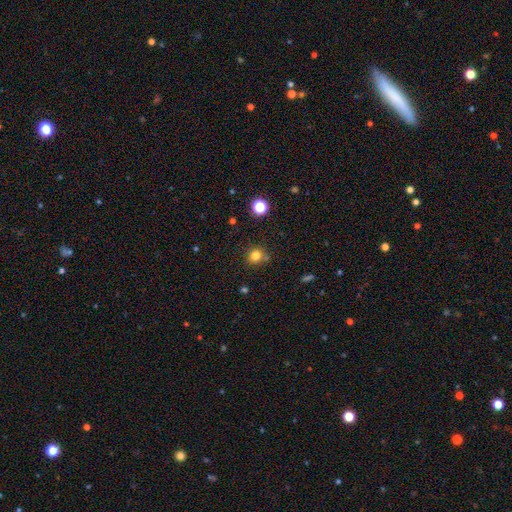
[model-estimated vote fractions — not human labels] Smooth or featured?
  - smooth: 80% *
  - star or artifact: 15%
  - featured or disk: 6%
How rounded?
  - round: 81% *
  - in between: 18%
  - cigar-shaped: 1%
Merging?
  - none: 78% *
  - minor disturbance: 12%
  - merger: 6%
  - major disturbance: 3%